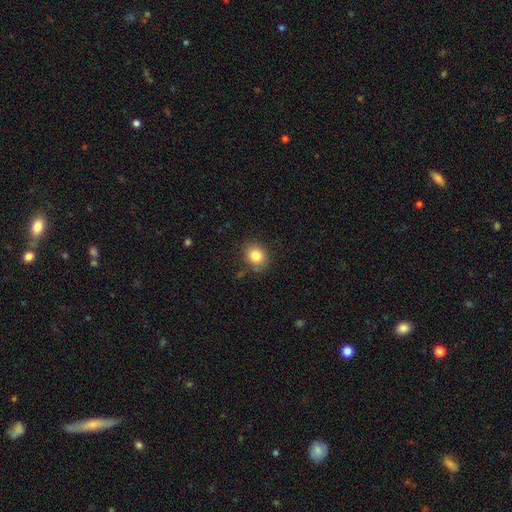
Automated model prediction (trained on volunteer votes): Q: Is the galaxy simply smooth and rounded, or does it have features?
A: smooth — 83%.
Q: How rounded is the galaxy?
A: round — 68%.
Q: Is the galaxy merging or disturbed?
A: none — 81%.